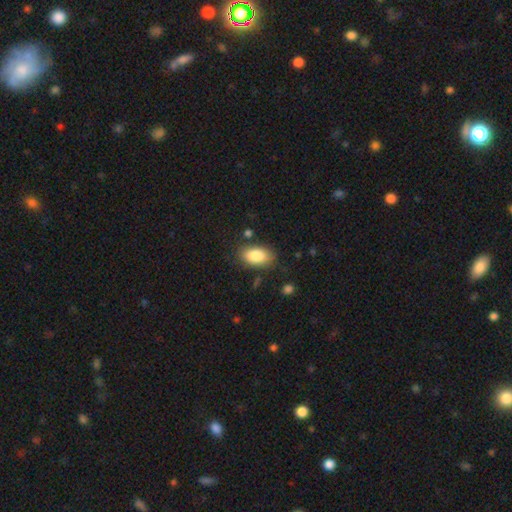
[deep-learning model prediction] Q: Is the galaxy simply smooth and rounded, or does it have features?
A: smooth — 85%.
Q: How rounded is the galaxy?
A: in between — 92%.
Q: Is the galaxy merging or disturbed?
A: none — 79%.